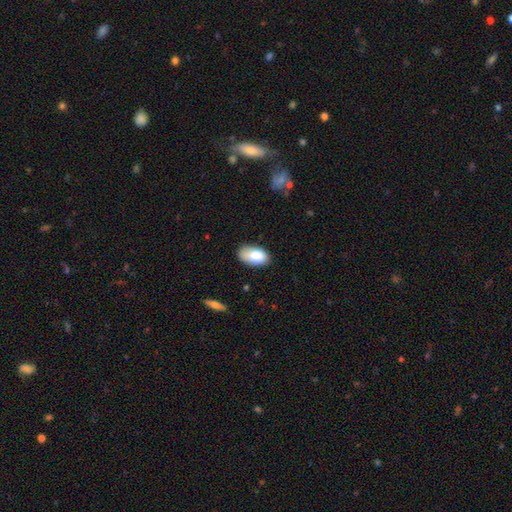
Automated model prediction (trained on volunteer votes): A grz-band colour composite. It shows a smooth galaxy with no disk features (83%) that is in between round and cigar-shaped (94%). Merging: none (72%).